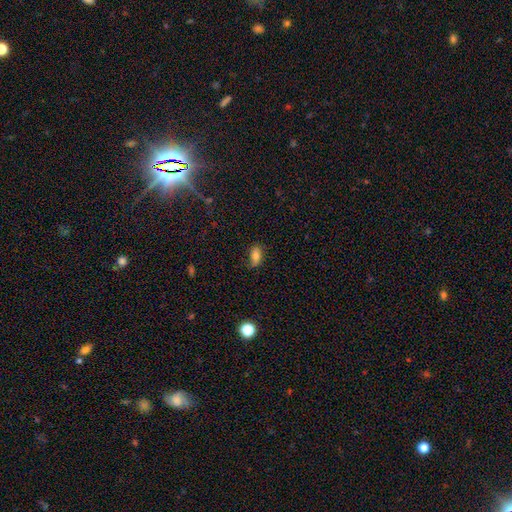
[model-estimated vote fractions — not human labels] Morphology: type=smooth (79%); roundness=in between (88%); merging=none (77%).